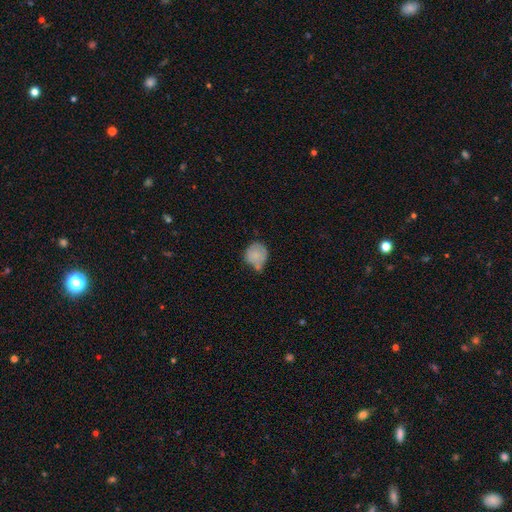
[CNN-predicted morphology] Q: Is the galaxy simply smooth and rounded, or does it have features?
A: smooth — 74%.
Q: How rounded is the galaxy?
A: round — 73%.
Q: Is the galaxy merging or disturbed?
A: minor disturbance — 39%.